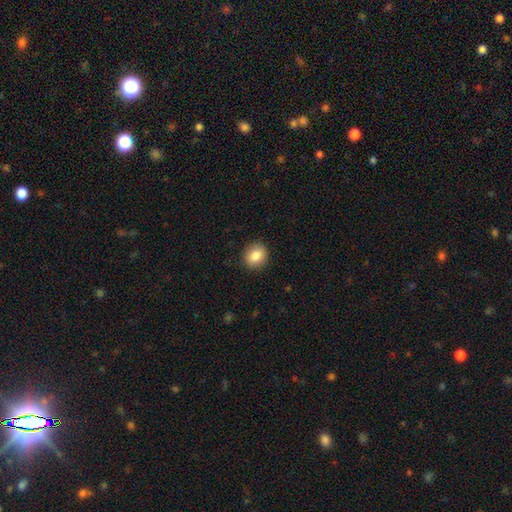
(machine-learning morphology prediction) A smooth galaxy with no disk features (85%) that is round (68%).

Vote fractions:
- Smooth or featured? smooth: 85% / star or artifact: 9% / featured or disk: 6%
- How rounded? round: 68% / in between: 31% / cigar-shaped: 1%
- Merging? none: 89% / minor disturbance: 8% / major disturbance: 2% / merger: 1%